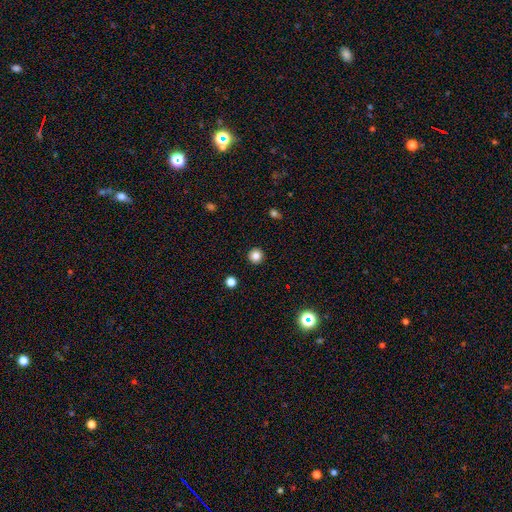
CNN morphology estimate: This appears to be a smooth galaxy with no disk features (84%) that is round (96%). Merging: none (93%).